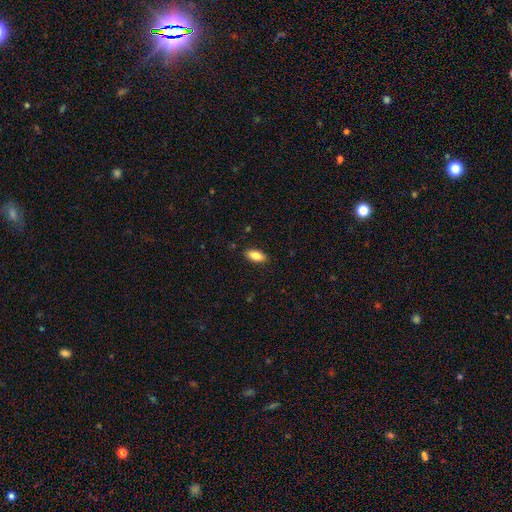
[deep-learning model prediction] A smooth galaxy with no disk features (84%) that is in between round and cigar-shaped (87%).

Vote fractions:
- Smooth or featured? smooth: 84% / featured or disk: 9% / star or artifact: 7%
- How rounded? in between: 87% / cigar-shaped: 10% / round: 2%
- Merging? none: 88% / minor disturbance: 9% / major disturbance: 2% / merger: 1%